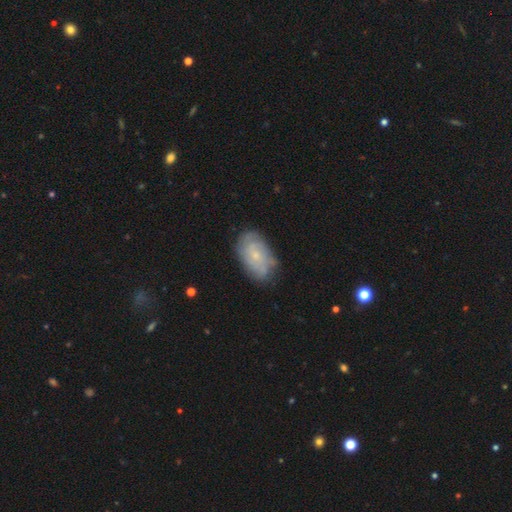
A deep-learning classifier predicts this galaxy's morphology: Smooth or featured?
  - featured or disk: 53% *
  - smooth: 39%
  - star or artifact: 8%
Edge-on disk?
  - no: 95% *
  - yes: 5%
Bar?
  - no: 76% *
  - weak: 21%
  - strong: 3%
Spiral arms?
  - yes: 76% *
  - no: 24%
Bulge size?
  - small: 72% *
  - moderate: 20%
  - none: 5%
  - large: 1%
  - dominant: 1%
Merging?
  - none: 73% *
  - minor disturbance: 20%
  - major disturbance: 5%
  - merger: 2%